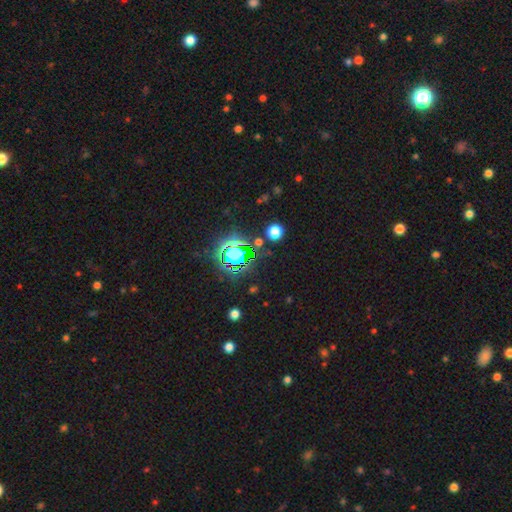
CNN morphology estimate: Smooth or featured: star or artifact — 82% (smooth — 11%)